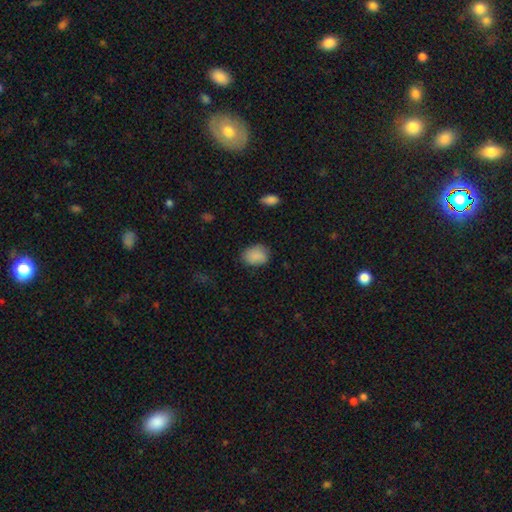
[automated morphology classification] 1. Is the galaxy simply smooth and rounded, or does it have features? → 87% smooth, 8% star or artifact, 5% featured or disk.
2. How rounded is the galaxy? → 70% in between, 29% round, 1% cigar-shaped.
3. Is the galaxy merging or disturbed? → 75% none, 20% minor disturbance, 4% major disturbance, 1% merger.